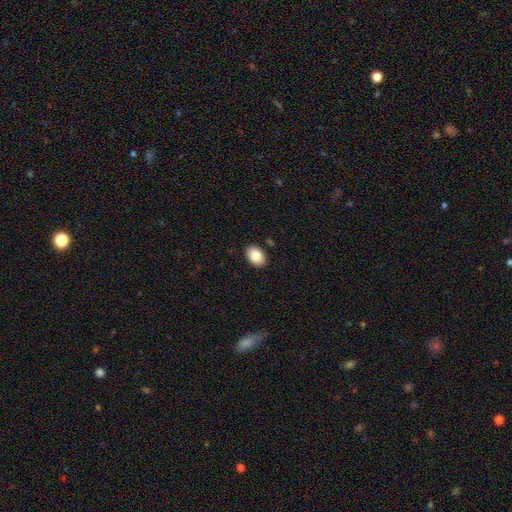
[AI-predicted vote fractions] Smooth or featured: smooth — 86% (star or artifact — 7%)
How rounded: in between — 79% (round — 20%)
Merging: none — 89% (minor disturbance — 8%)